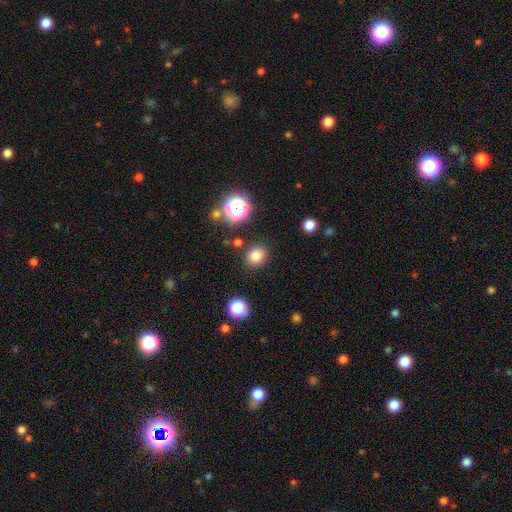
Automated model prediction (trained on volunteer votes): smooth_or_featured: smooth (p=0.80) [alt: star or artifact p=0.14]
how_rounded: round (p=0.71) [alt: in between p=0.28]
merging: none (p=0.85) [alt: minor disturbance p=0.09]